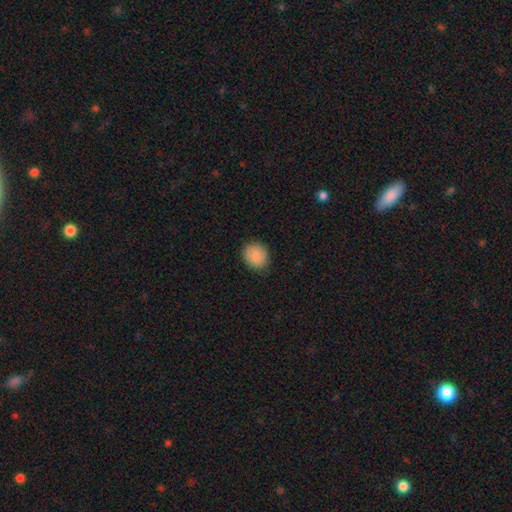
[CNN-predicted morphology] smooth_or_featured: smooth (p=0.88) [alt: star or artifact p=0.07]
how_rounded: round (p=0.70) [alt: in between p=0.29]
merging: none (p=0.86) [alt: minor disturbance p=0.10]